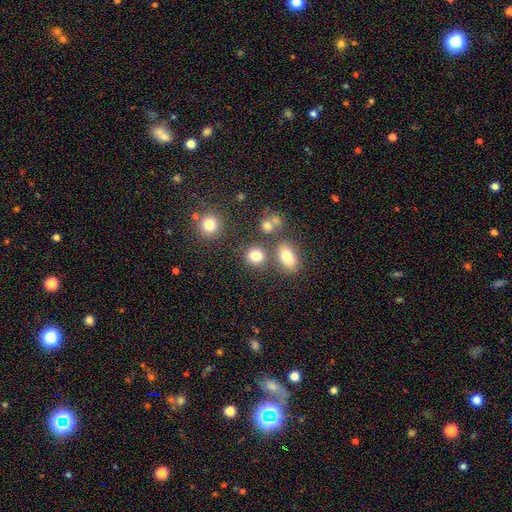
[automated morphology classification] smooth_or_featured: smooth (p=0.78) [alt: star or artifact p=0.14]
how_rounded: round (p=0.71) [alt: in between p=0.28]
merging: none (p=0.70) [alt: merger p=0.15]